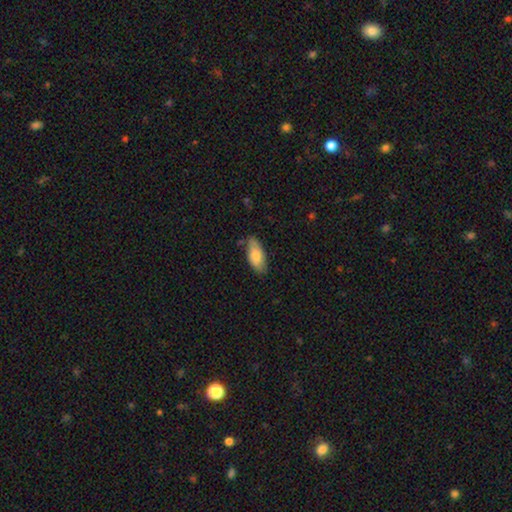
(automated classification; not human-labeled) The model was most divided on "merging": none: 74%, minor disturbance: 20%, major disturbance: 3%, merger: 2%. More confident: how rounded — in between (88%); smooth or featured — smooth (81%).